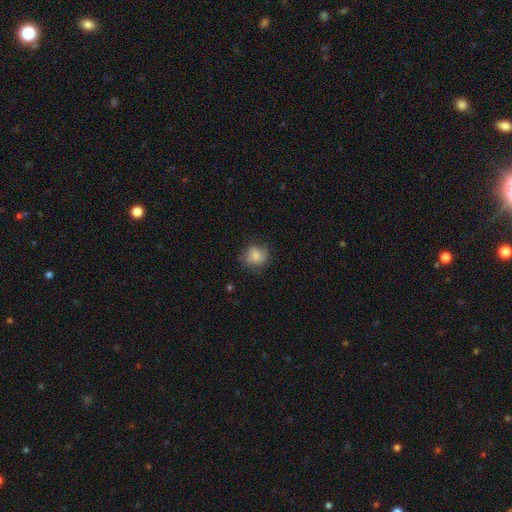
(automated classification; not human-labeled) smooth_or_featured: smooth (p=0.78) [alt: featured or disk p=0.14]
how_rounded: round (p=0.84) [alt: in between p=0.16]
merging: none (p=0.73) [alt: minor disturbance p=0.20]